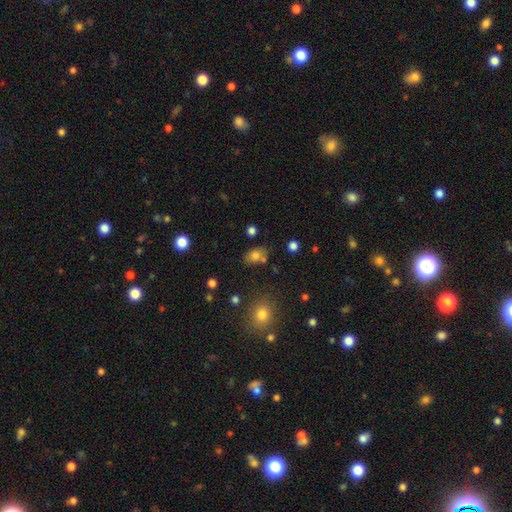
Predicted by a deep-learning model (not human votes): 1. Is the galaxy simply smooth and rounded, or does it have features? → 77% smooth, 13% star or artifact, 10% featured or disk.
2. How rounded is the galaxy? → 73% in between, 26% round, 2% cigar-shaped.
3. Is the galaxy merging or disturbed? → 67% none, 16% minor disturbance, 13% merger, 4% major disturbance.